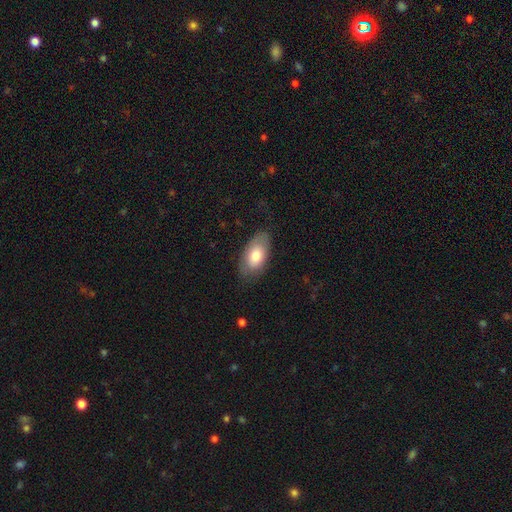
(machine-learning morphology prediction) smooth_or_featured: smooth (p=0.75) [alt: featured or disk p=0.19]
how_rounded: in between (p=0.94) [alt: round p=0.03]
merging: none (p=0.76) [alt: minor disturbance p=0.19]